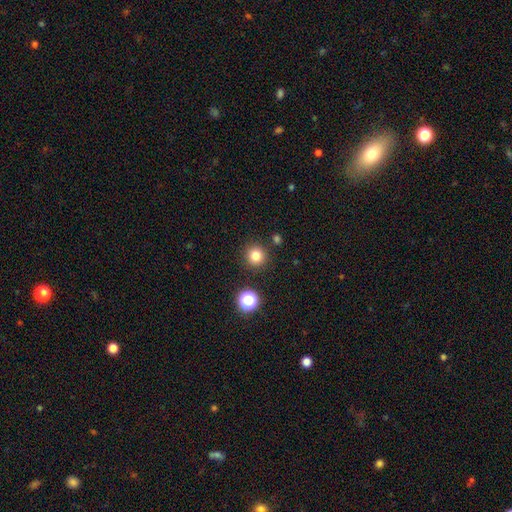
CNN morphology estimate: Q: Smooth or featured?
A: smooth (80%); runner-up: star or artifact (14%)
Q: How rounded?
A: round (95%); runner-up: in between (4%)
Q: Merging?
A: none (88%); runner-up: minor disturbance (6%)